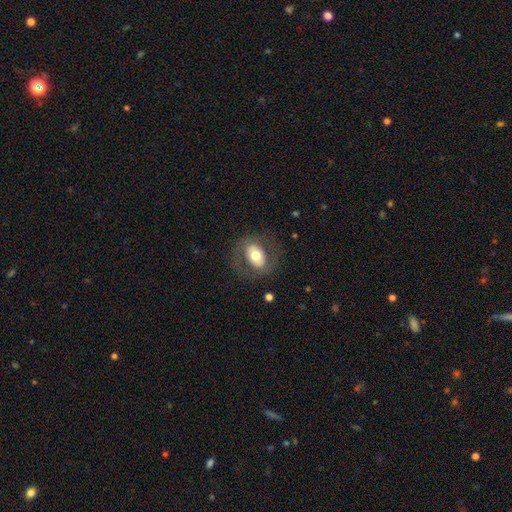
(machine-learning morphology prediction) A smooth galaxy with no disk features (56%) that is in between round and cigar-shaped (72%). Merging: none (75%).